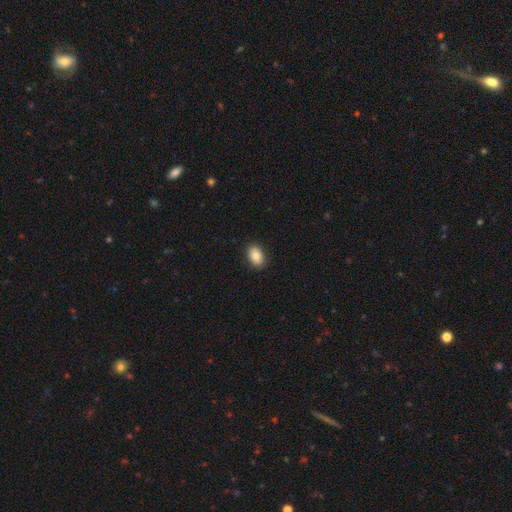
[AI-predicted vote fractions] Smooth or featured? smooth (84%)
How rounded? in between (82%)
Merging? none (89%)